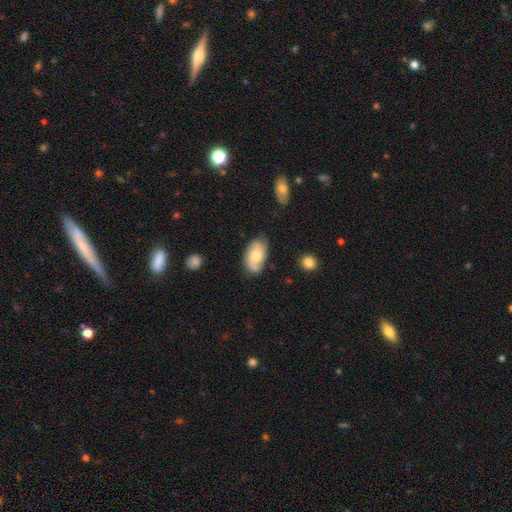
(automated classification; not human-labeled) Q: Smooth or featured?
A: featured or disk (49%); runner-up: smooth (45%)
Q: Merging?
A: none (68%); runner-up: minor disturbance (23%)